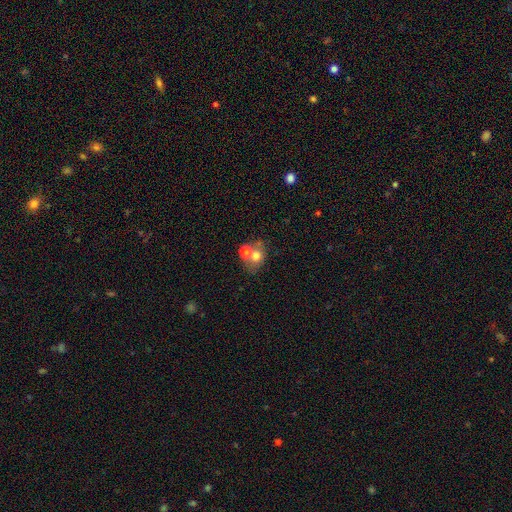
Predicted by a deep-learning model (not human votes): smooth-or-featured: smooth: 67% | featured or disk: 20% | star or artifact: 13%
  how-rounded: round: 56% | in between: 43% | cigar-shaped: 1%
  merging: merger: 44% | none: 41% | minor disturbance: 10% | major disturbance: 5%